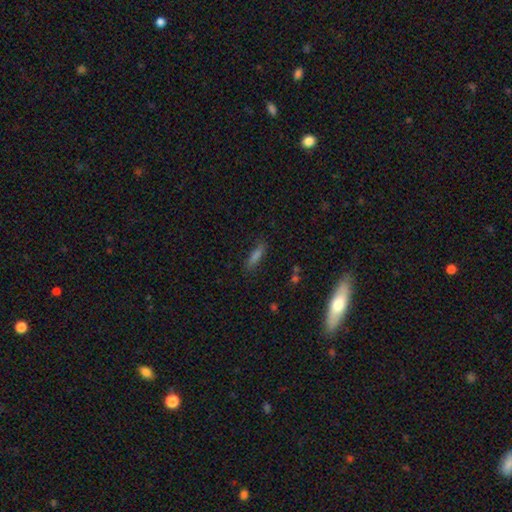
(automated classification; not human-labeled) smooth 71%, featured or disk 15%, star or artifact 14%. Down the decision tree: how rounded — cigar-shaped (66%); merging — none (78%).